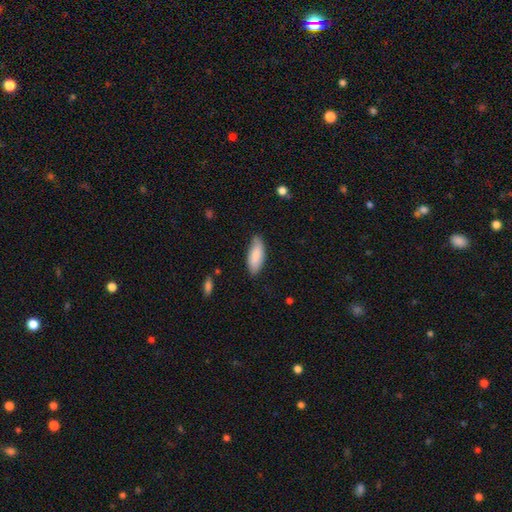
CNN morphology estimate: Smooth or featured? smooth (84%)
How rounded? in between (80%)
Merging? none (77%)